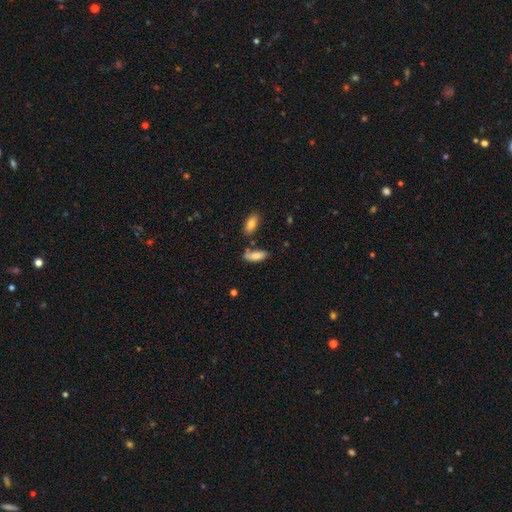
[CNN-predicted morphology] A smooth galaxy with no disk features (81%) that is in between round and cigar-shaped (72%).

Vote fractions:
- Smooth or featured? smooth: 81% / featured or disk: 12% / star or artifact: 7%
- How rounded? in between: 72% / cigar-shaped: 26% / round: 2%
- Merging? none: 59% / minor disturbance: 22% / merger: 12% / major disturbance: 6%